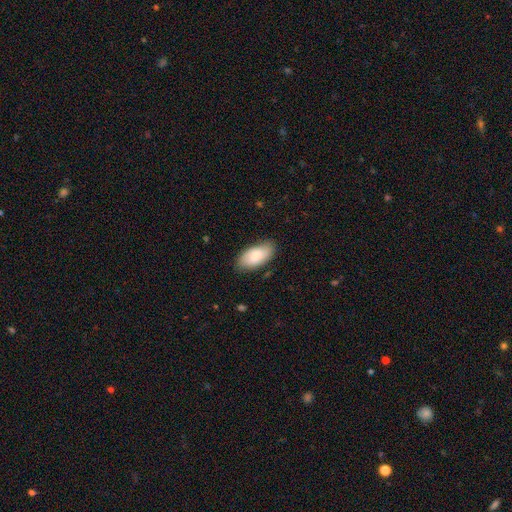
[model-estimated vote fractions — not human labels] Overall: smooth (79%). How rounded: in between (94%). Merging: none (80%).